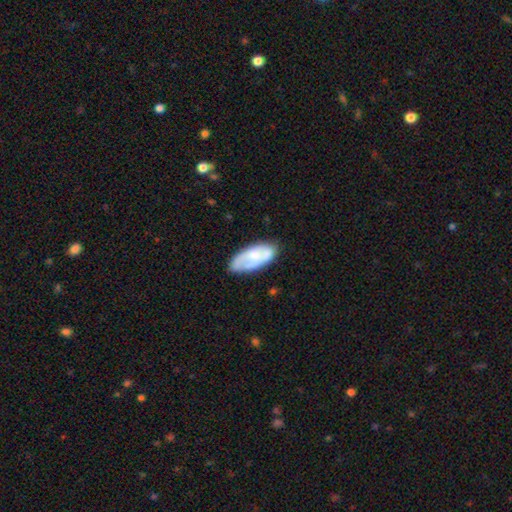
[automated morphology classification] smooth-or-featured: smooth: 49% | featured or disk: 45% | star or artifact: 6%
  merging: none: 64% | minor disturbance: 24% | major disturbance: 7% | merger: 4%